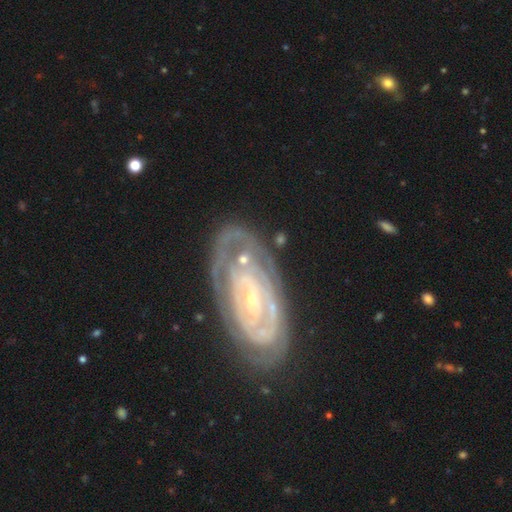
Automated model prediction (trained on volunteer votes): This is clearly a featured or disk galaxy (86%). It is clearly not viewed edge-on (95%). Bar: possibly no (50%). Spiral arm pattern: clearly yes (86%). Spiral arm count: marginally can't tell (43%). Spiral winding: likely tight (75%). Central bulge: clearly small (80%). Merging: likely none (65%).